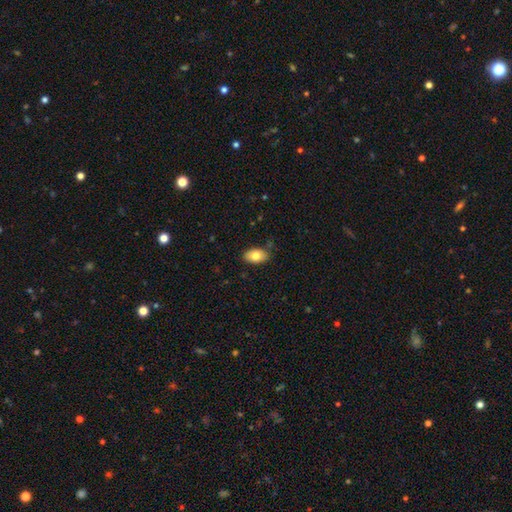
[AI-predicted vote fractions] A smooth galaxy with no disk features (78%) that is in between round and cigar-shaped (90%). Merging: none (80%).